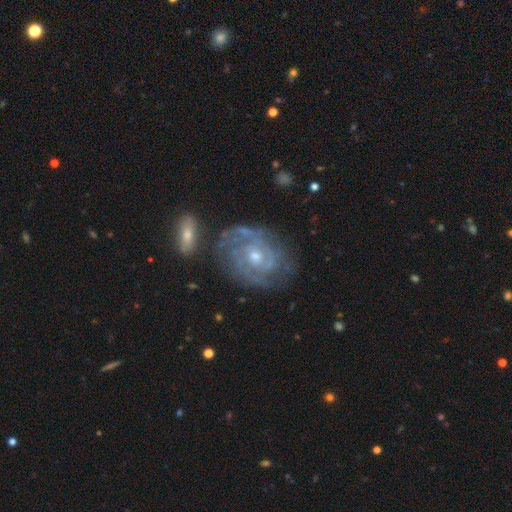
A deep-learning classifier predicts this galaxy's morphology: Smooth or featured? featured or disk (85%)
Edge-on disk? no (97%)
Bar? no (71%)
Spiral arms? yes (92%)
Spiral winding? tight (67%)
Spiral arm count? can't tell (34%)
Bulge size? small (51%)
Merging? none (68%)